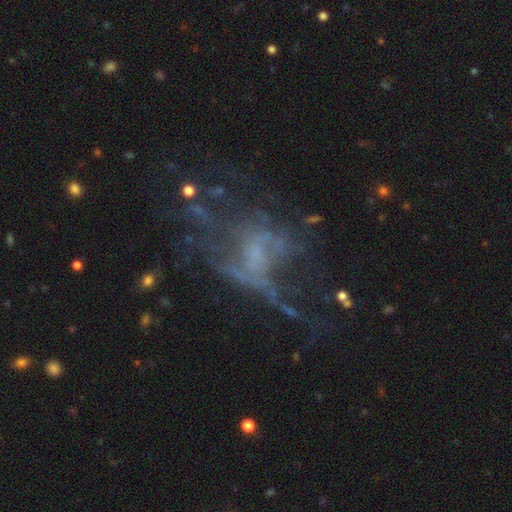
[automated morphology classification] Smooth or featured: featured or disk — 61% (star or artifact — 24%)
Edge-on disk: no — 95% (yes — 5%)
Bar: no — 74% (weak — 20%)
Spiral arms: no — 64% (yes — 36%)
Bulge size: none — 48% (small — 33%)
Merging: major disturbance — 46% (none — 33%)